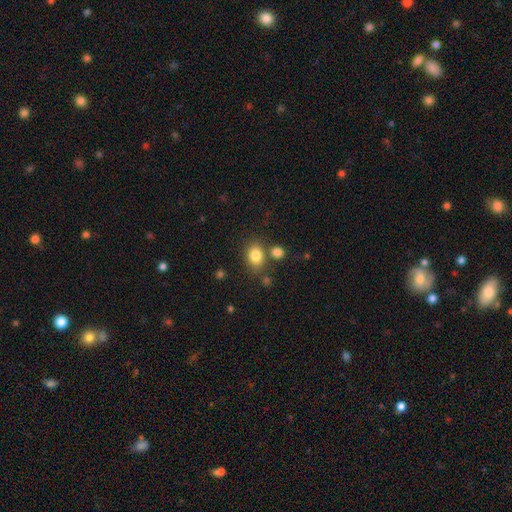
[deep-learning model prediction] Smooth or featured? Predicted: smooth (p=0.83). How rounded? Predicted: in between (p=0.59). Merging? Predicted: none (p=0.69).